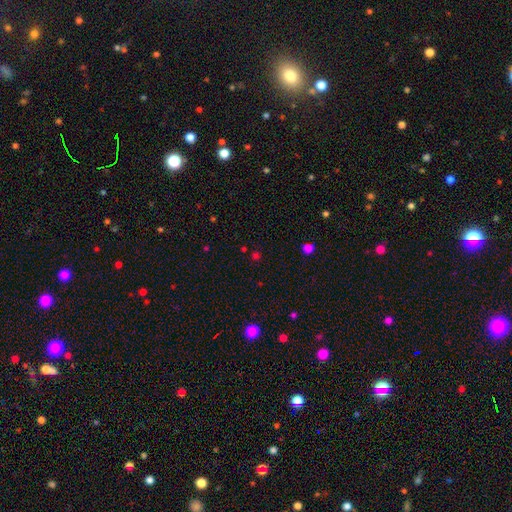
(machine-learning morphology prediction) smooth-or-featured: smooth: 48% | star or artifact: 46% | featured or disk: 6%
  merging: none: 82% | minor disturbance: 9% | major disturbance: 4% | merger: 4%